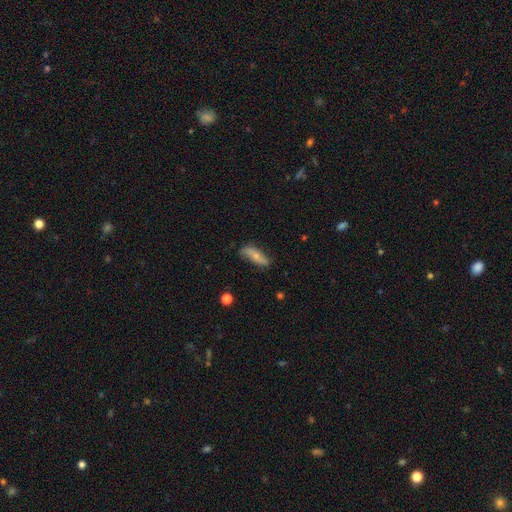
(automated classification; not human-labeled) Morphology: type=smooth (54%); roundness=in between (55%); merging=none (69%).